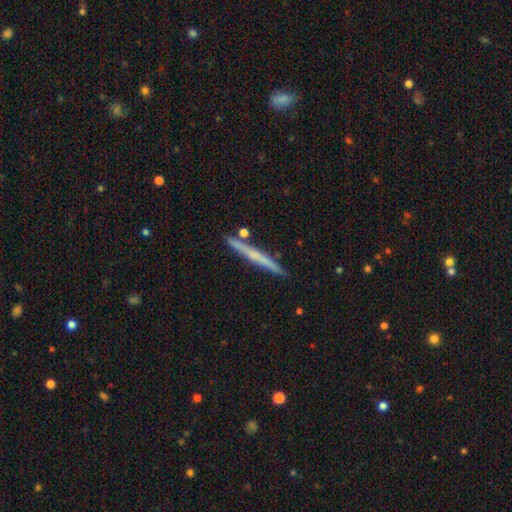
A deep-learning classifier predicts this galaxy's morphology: Smooth or featured: featured or disk — 55% (smooth — 39%)
Edge-on disk: yes — 97% (no — 3%)
Edge-on bulge: none — 66% (rounded — 29%)
Merging: none — 88% (minor disturbance — 7%)